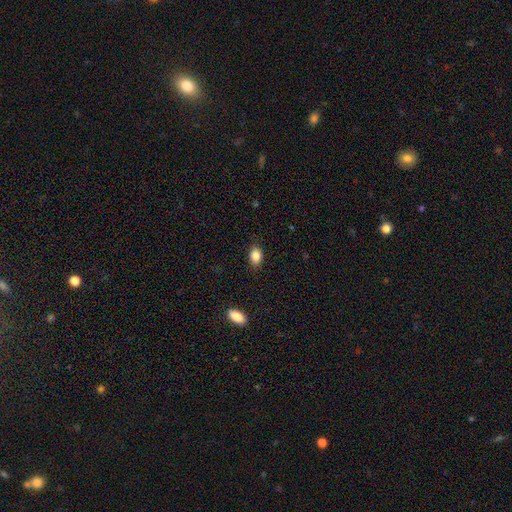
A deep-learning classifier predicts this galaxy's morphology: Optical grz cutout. It shows a smooth galaxy with no disk features (86%) that is in between round and cigar-shaped (83%). Merging: none (85%).